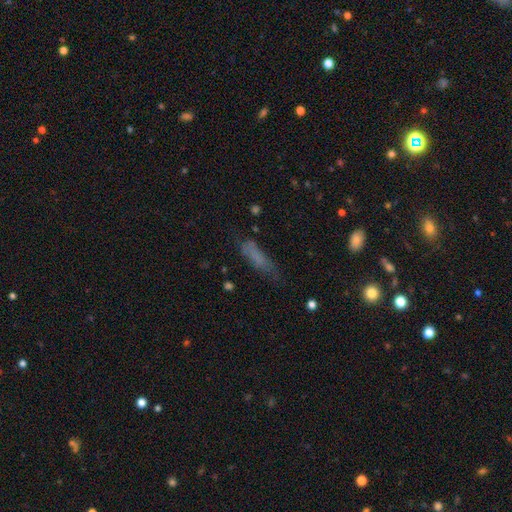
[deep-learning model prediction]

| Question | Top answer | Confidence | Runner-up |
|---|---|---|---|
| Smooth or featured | smooth | 69% | featured or disk (19%) |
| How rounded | cigar-shaped | 61% | in between (36%) |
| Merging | none | 53% | minor disturbance (29%) |